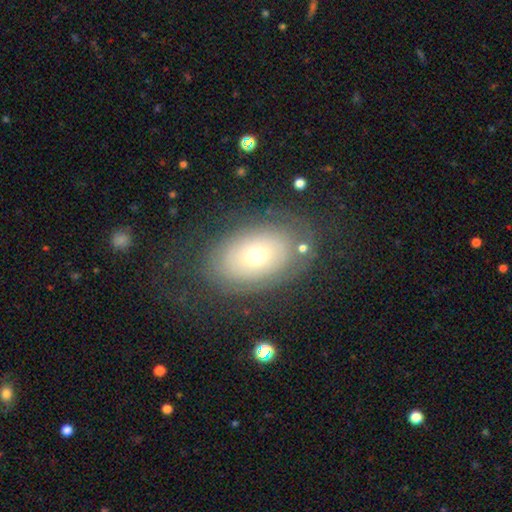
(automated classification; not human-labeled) Morphology: type=smooth (45%, tied with featured or disk); merging=none (70%).